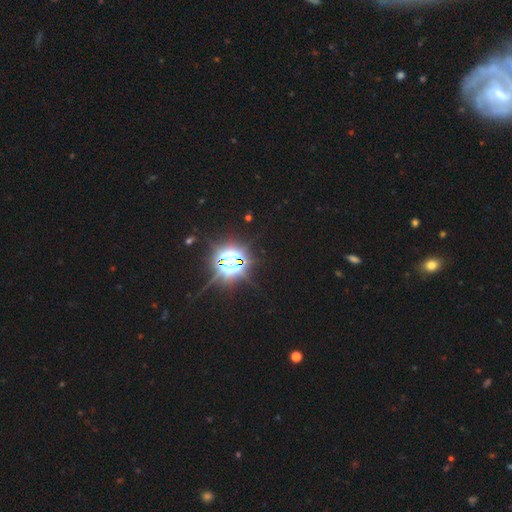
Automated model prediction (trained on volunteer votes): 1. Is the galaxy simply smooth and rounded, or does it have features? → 76% star or artifact, 14% smooth, 9% featured or disk.